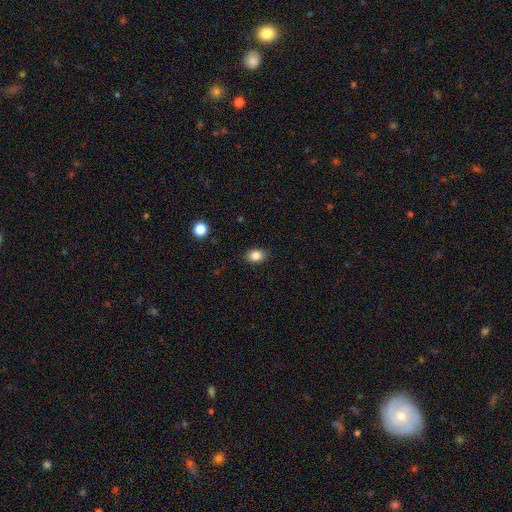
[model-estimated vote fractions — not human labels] Smooth or featured?
  - smooth: 85% *
  - star or artifact: 10%
  - featured or disk: 6%
How rounded?
  - in between: 74% *
  - round: 24%
  - cigar-shaped: 1%
Merging?
  - none: 87% *
  - minor disturbance: 10%
  - major disturbance: 2%
  - merger: 1%